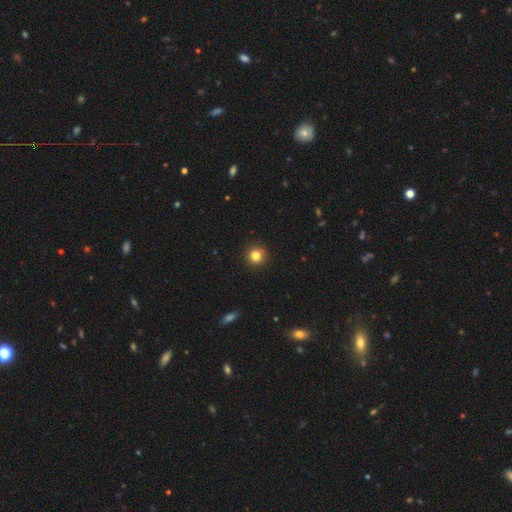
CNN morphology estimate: A smooth galaxy with no disk features (82%) that is round (94%). Merging: none (91%).